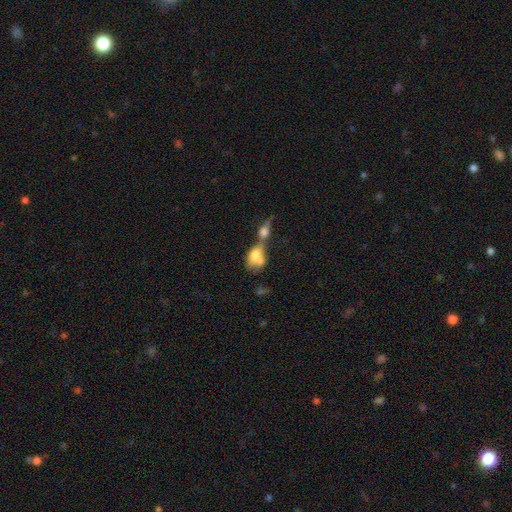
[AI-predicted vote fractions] smooth-or-featured: smooth: 67% | featured or disk: 24% | star or artifact: 9%
  how-rounded: in between: 69% | round: 26% | cigar-shaped: 4%
  merging: merger: 71% | none: 13% | major disturbance: 8% | minor disturbance: 7%